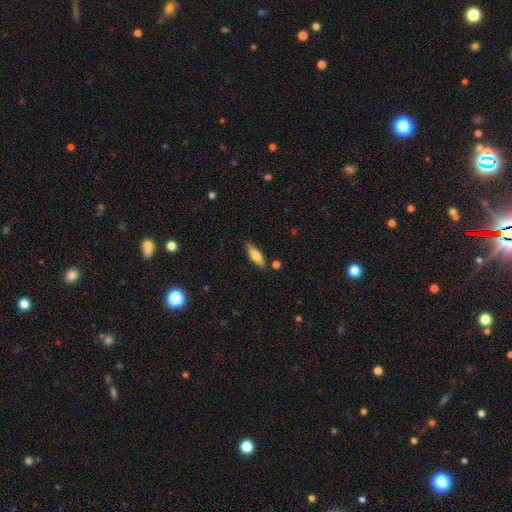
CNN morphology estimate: Q: Smooth or featured?
A: smooth (76%); runner-up: featured or disk (17%)
Q: How rounded?
A: in between (60%); runner-up: cigar-shaped (38%)
Q: Merging?
A: none (82%); runner-up: minor disturbance (12%)